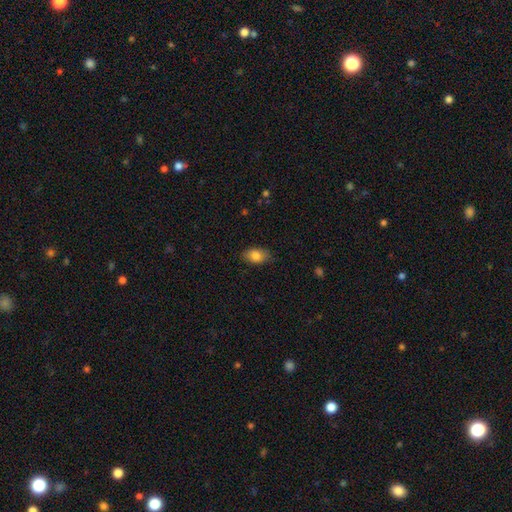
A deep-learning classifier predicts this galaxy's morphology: Overall: smooth (83%). How rounded: in between (89%). Merging: none (82%).